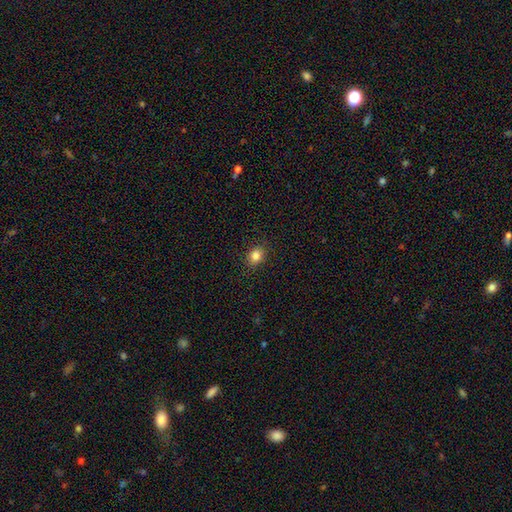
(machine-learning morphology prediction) The model was most divided on "how rounded": in between: 50%, round: 49%, cigar-shaped: 1%. More confident: merging — none (88%); smooth or featured — smooth (84%).